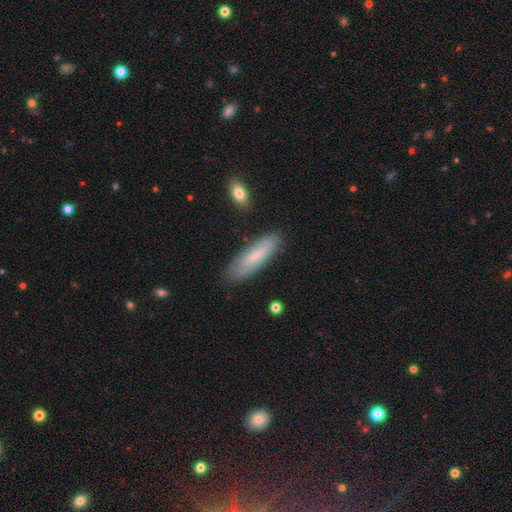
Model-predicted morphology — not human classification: Smooth or featured: smooth — 67% (featured or disk — 26%)
How rounded: cigar-shaped — 64% (in between — 34%)
Merging: none — 83% (minor disturbance — 13%)